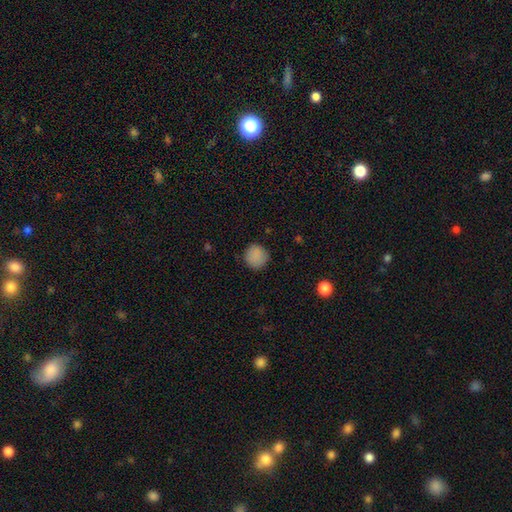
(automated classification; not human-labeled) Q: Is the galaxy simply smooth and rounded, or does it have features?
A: smooth — 87%.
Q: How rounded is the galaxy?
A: round — 91%.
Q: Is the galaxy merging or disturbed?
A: none — 85%.